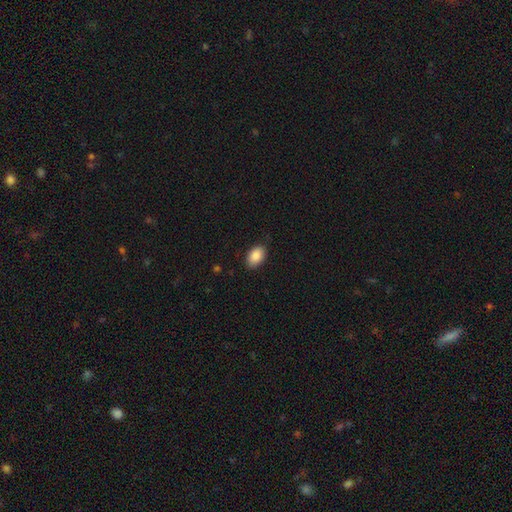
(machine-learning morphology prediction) Q: Smooth or featured?
A: smooth (89%); runner-up: star or artifact (7%)
Q: How rounded?
A: in between (90%); runner-up: round (9%)
Q: Merging?
A: none (85%); runner-up: minor disturbance (11%)